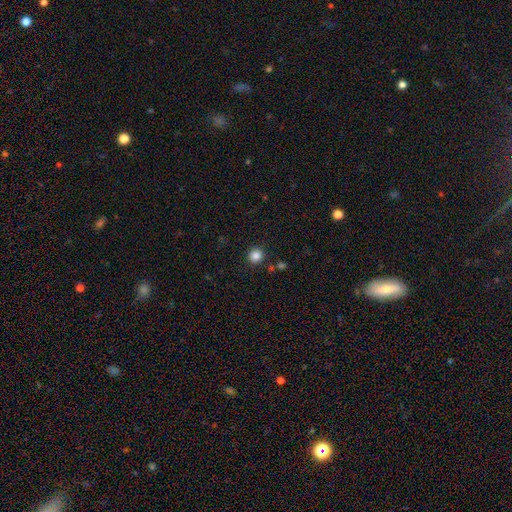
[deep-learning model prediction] smooth-or-featured: smooth: 85% | star or artifact: 12% | featured or disk: 4%
  how-rounded: round: 91% | in between: 8% | cigar-shaped: 1%
  merging: none: 88% | minor disturbance: 6% | merger: 3% | major disturbance: 2%